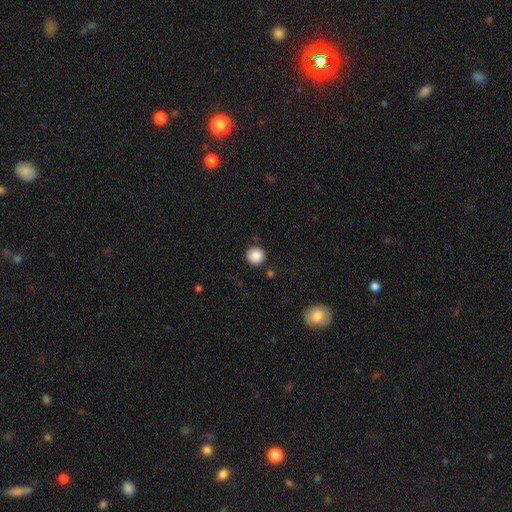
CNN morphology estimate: This is clearly a smooth galaxy (87%). How rounded: clearly round (94%). Merging: clearly none (86%).